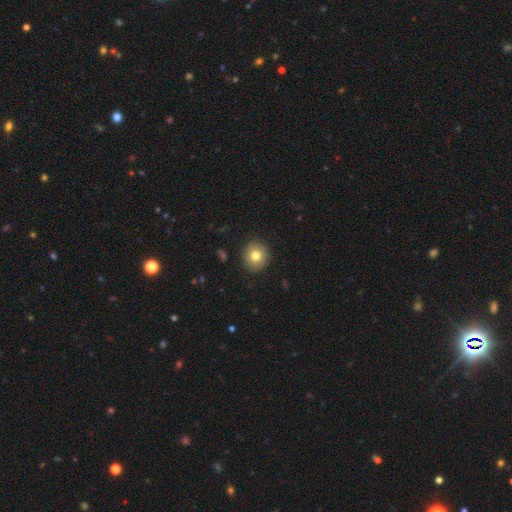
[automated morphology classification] Q: Smooth or featured?
A: smooth (78%); runner-up: featured or disk (12%)
Q: How rounded?
A: round (89%); runner-up: in between (10%)
Q: Merging?
A: none (90%); runner-up: minor disturbance (7%)